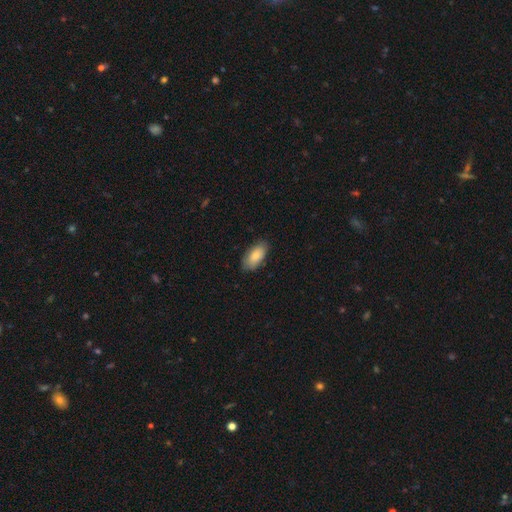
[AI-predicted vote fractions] smooth-or-featured: smooth: 82% | featured or disk: 12% | star or artifact: 6%
  how-rounded: in between: 92% | cigar-shaped: 5% | round: 2%
  merging: none: 81% | minor disturbance: 15% | major disturbance: 3% | merger: 1%